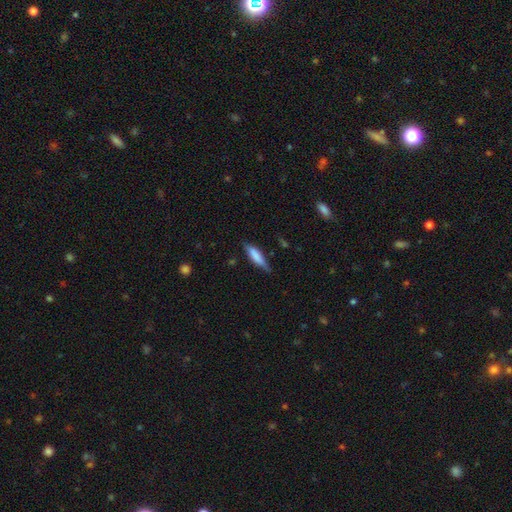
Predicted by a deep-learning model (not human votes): A smooth galaxy with no disk features (71%) that is cigar-shaped (64%). Merging: none (71%).